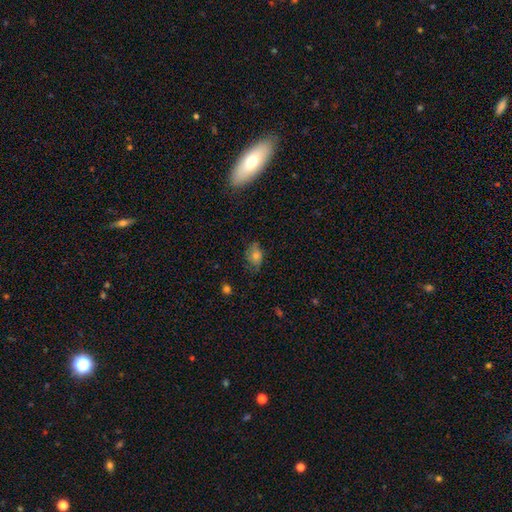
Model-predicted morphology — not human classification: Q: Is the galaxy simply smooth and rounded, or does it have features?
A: smooth — 56%.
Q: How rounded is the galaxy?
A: in between — 74%.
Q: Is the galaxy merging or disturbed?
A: none — 66%.